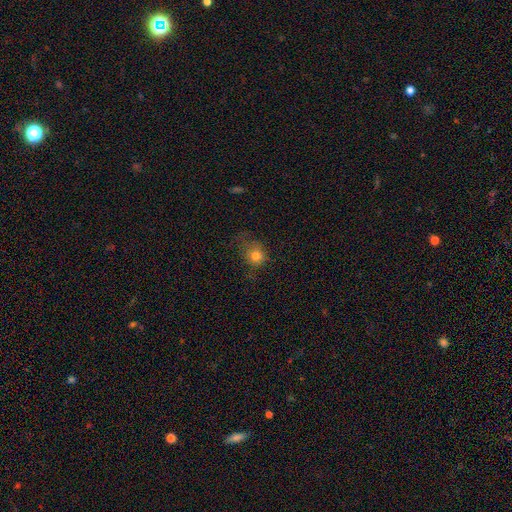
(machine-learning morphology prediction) Smooth or featured? Predicted: smooth (p=0.75). How rounded? Predicted: round (p=0.72). Merging? Predicted: none (p=0.52).